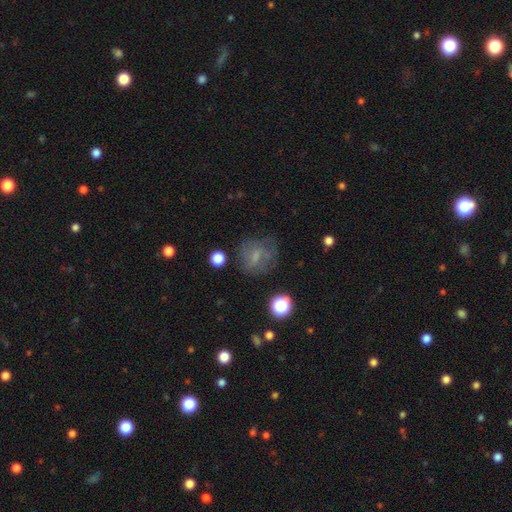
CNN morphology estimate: Q: Smooth or featured?
A: smooth (52%); runner-up: featured or disk (32%)
Q: How rounded?
A: round (67%); runner-up: in between (31%)
Q: Merging?
A: none (60%); runner-up: minor disturbance (20%)